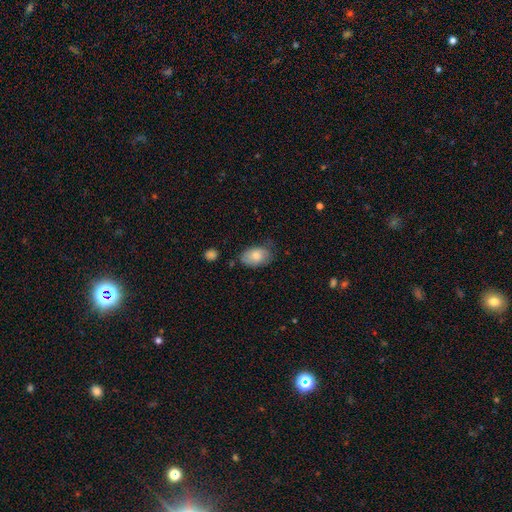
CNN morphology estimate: Smooth or featured: smooth — 78% (featured or disk — 16%)
How rounded: in between — 90% (round — 9%)
Merging: none — 61% (minor disturbance — 29%)